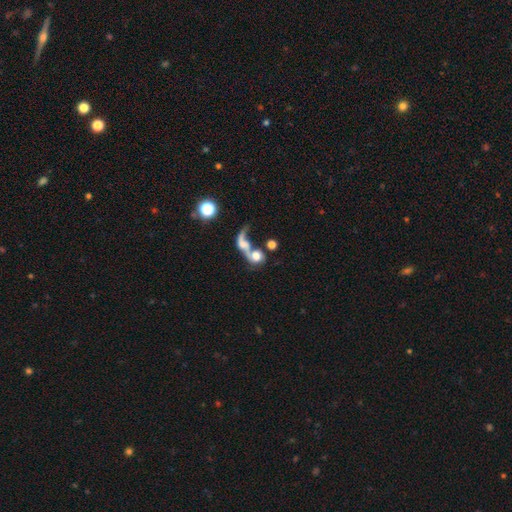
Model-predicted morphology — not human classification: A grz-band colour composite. It shows a smooth galaxy with no disk features (55%) that is round (63%). Merging: merger (62%).